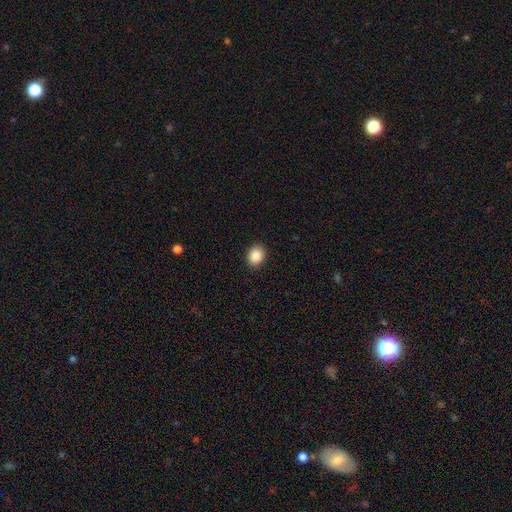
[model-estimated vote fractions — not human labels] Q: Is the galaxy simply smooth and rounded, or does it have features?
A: smooth — 89%.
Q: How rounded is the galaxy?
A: round — 65%.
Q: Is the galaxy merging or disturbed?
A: none — 90%.